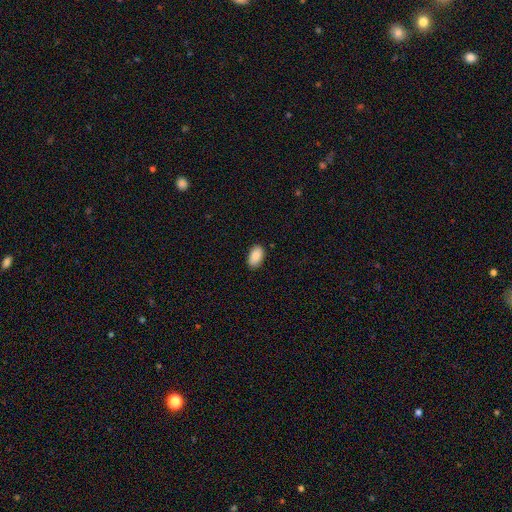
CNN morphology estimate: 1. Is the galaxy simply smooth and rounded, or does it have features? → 88% smooth, 7% star or artifact, 5% featured or disk.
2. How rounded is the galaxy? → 94% in between, 5% round, 2% cigar-shaped.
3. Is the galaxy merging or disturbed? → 87% none, 10% minor disturbance, 2% major disturbance, 1% merger.